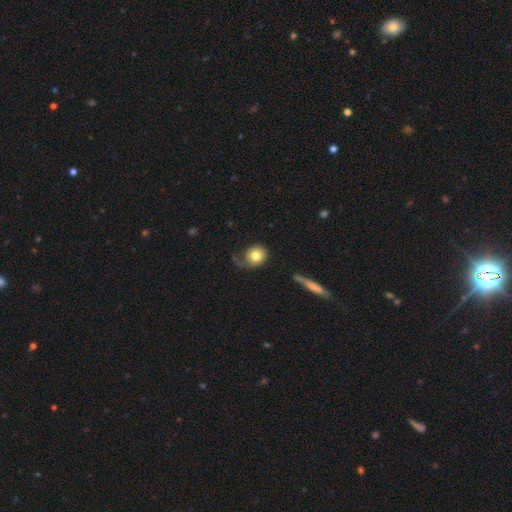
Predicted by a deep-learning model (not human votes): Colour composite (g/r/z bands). It shows a smooth galaxy with no disk features (72%) that is round (78%). Merging: none (50%).